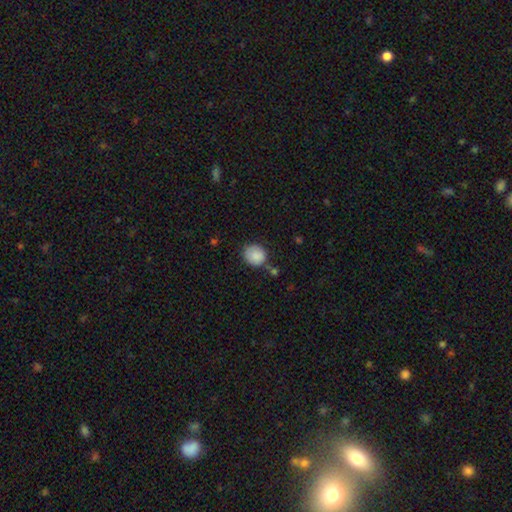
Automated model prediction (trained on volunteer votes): Smooth or featured?
  - smooth: 87% *
  - star or artifact: 8%
  - featured or disk: 5%
How rounded?
  - round: 81% *
  - in between: 18%
  - cigar-shaped: 1%
Merging?
  - none: 67% *
  - minor disturbance: 20%
  - merger: 8%
  - major disturbance: 5%